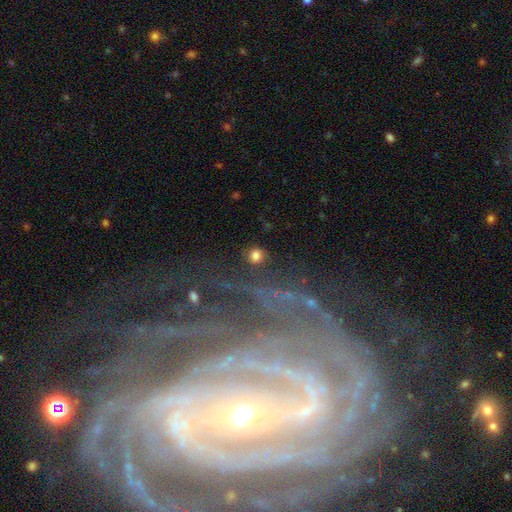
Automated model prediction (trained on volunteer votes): Smooth or featured: smooth — 77% (star or artifact — 14%)
How rounded: round — 92% (in between — 7%)
Merging: none — 83% (minor disturbance — 8%)